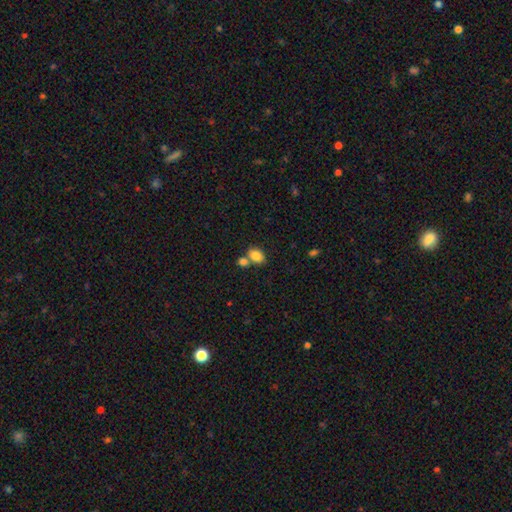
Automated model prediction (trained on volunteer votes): Smooth or featured: smooth — 84% (star or artifact — 9%)
How rounded: in between — 81% (round — 17%)
Merging: none — 49% (merger — 37%)